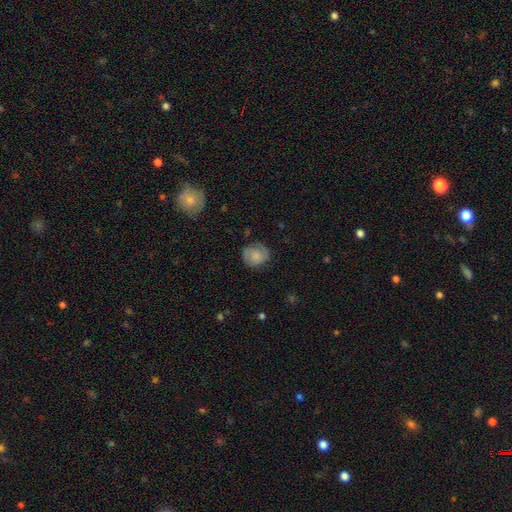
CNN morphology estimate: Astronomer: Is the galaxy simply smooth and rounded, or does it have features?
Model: smooth — 72%.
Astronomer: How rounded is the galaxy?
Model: round — 78%.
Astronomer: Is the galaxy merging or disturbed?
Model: none — 72%.